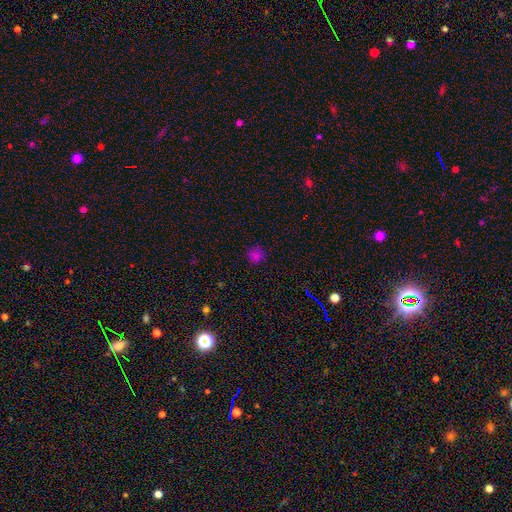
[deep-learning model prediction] Smooth or featured?
  - smooth: 76% *
  - star or artifact: 20%
  - featured or disk: 5%
How rounded?
  - round: 90% *
  - in between: 9%
  - cigar-shaped: 1%
Merging?
  - none: 85% *
  - minor disturbance: 11%
  - major disturbance: 3%
  - merger: 1%